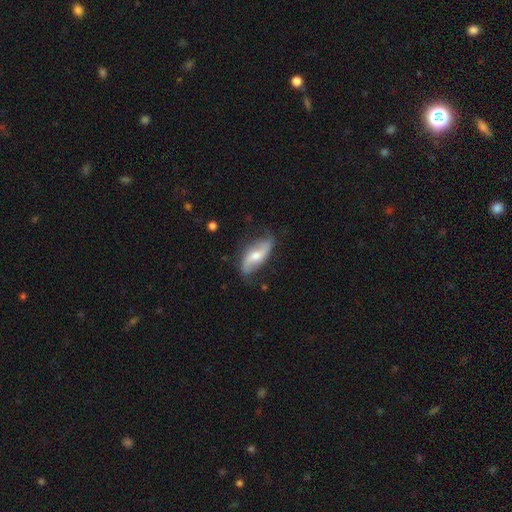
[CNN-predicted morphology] featured or disk 67%, smooth 27%, star or artifact 6%. Down the decision tree: edge-on disk — no (87%); bar — no (44%); spiral arms — yes (88%); spiral arm count — 2 (90%); spiral winding — loose (81%); bulge size — moderate (61%); merging — none (72%).